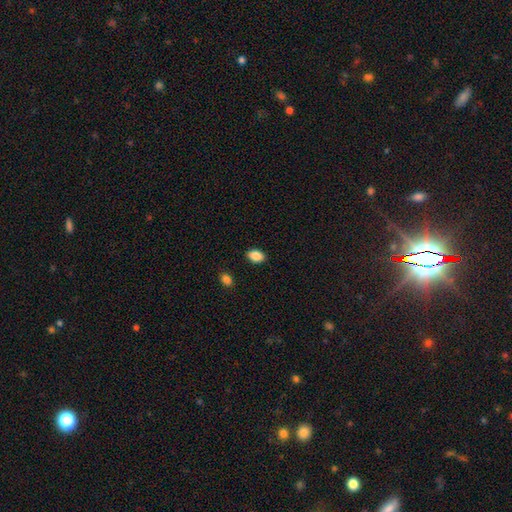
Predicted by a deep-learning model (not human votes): smooth_or_featured: smooth (p=0.87) [alt: star or artifact p=0.08]
how_rounded: in between (p=0.86) [alt: round p=0.13]
merging: none (p=0.88) [alt: minor disturbance p=0.08]